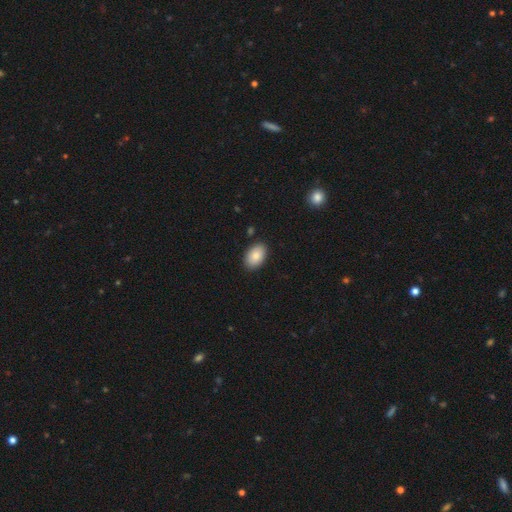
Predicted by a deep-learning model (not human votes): smooth 84%, featured or disk 9%, star or artifact 7%. Down the decision tree: how rounded — in between (91%); merging — none (88%).